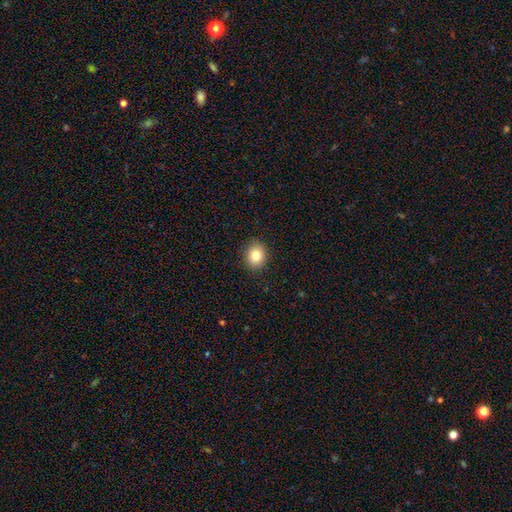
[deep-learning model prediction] This is clearly a smooth galaxy (83%). How rounded: likely round (69%). Merging: clearly none (90%).